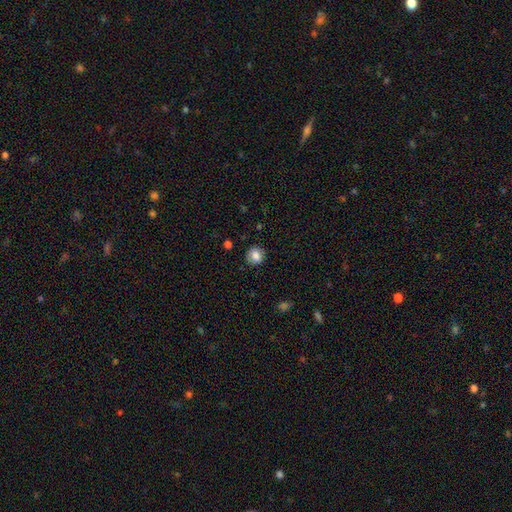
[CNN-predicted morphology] This appears to be a smooth galaxy with no disk features (82%) that is round (87%). Merging: none (87%).